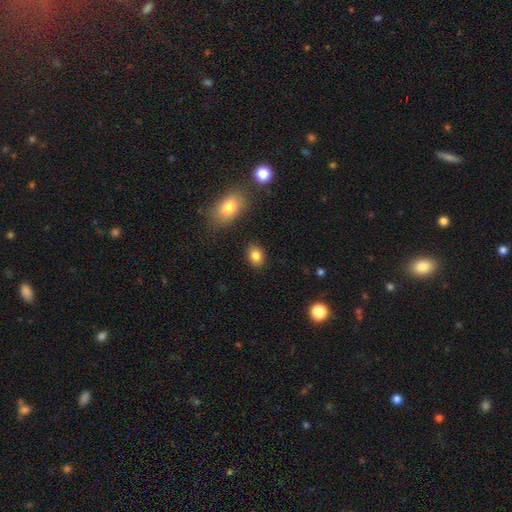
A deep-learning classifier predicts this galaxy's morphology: Overall: smooth (84%). How rounded: in between (64%; round 35%). Merging: none (87%).